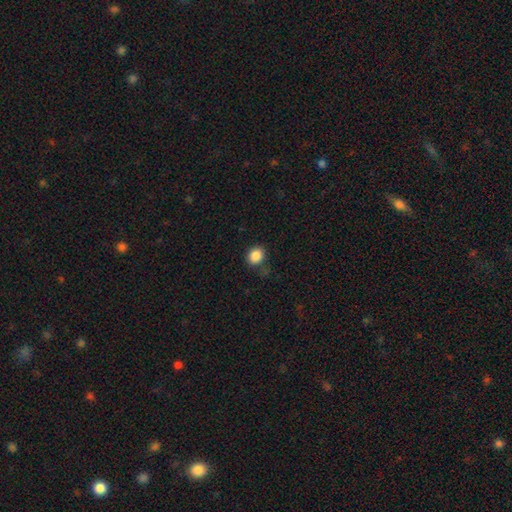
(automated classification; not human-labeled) Morphology: type=smooth (87%); roundness=round (61%); merging=none (77%).